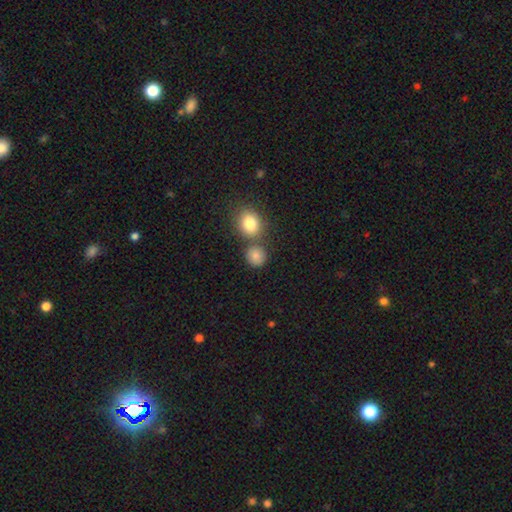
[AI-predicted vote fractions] This is clearly a smooth galaxy (82%). How rounded: clearly round (86%). Merging: likely none (66%).